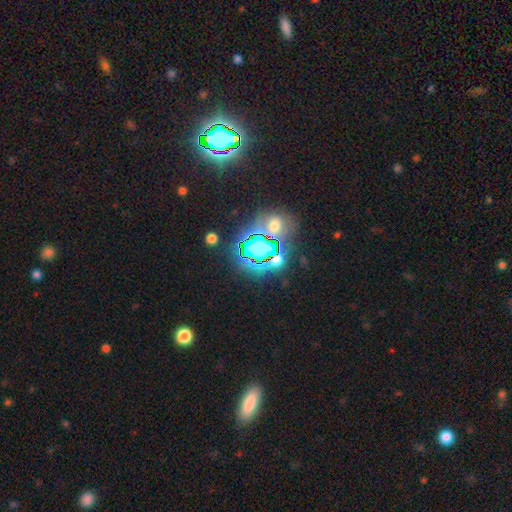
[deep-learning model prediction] smooth-or-featured: star or artifact: 75% | smooth: 15% | featured or disk: 9%